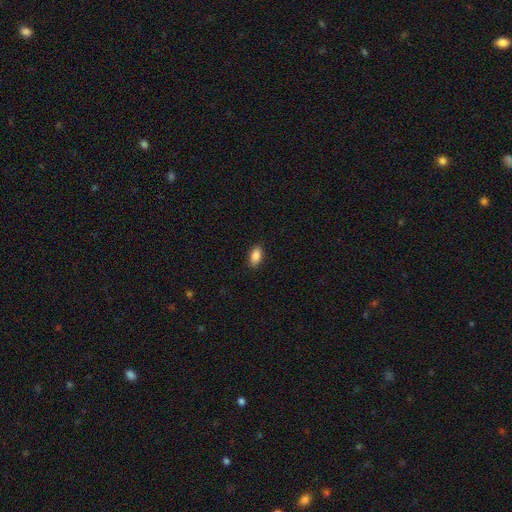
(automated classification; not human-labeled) This appears to be a smooth galaxy with no disk features (86%) that is in between round and cigar-shaped (90%). Merging: none (89%).